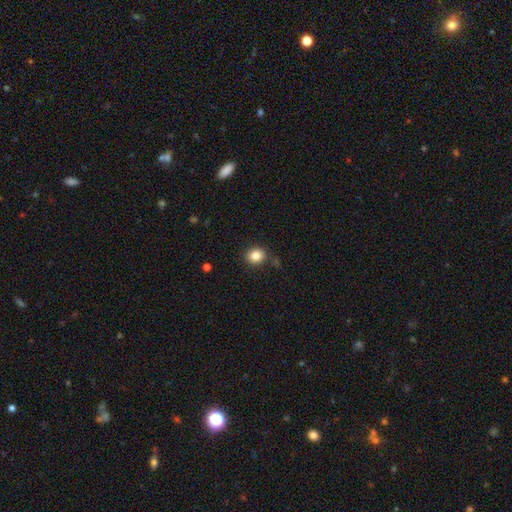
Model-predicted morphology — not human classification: smooth-or-featured: smooth: 85% | star or artifact: 10% | featured or disk: 5%
  how-rounded: round: 79% | in between: 20% | cigar-shaped: 1%
  merging: none: 85% | minor disturbance: 9% | merger: 3% | major disturbance: 3%